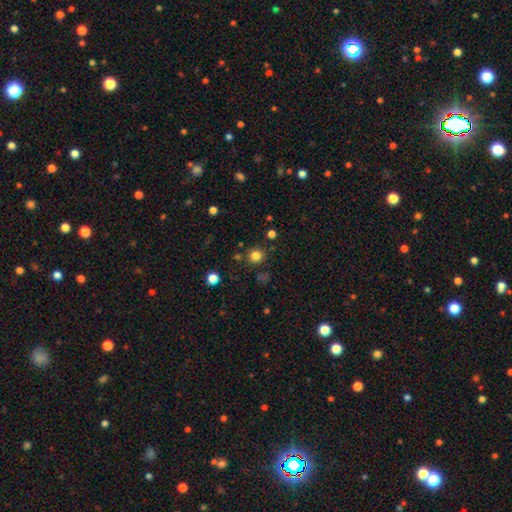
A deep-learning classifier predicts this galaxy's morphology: Smooth or featured?
  - smooth: 80% *
  - star or artifact: 15%
  - featured or disk: 5%
How rounded?
  - round: 91% *
  - in between: 8%
  - cigar-shaped: 1%
Merging?
  - none: 85% *
  - minor disturbance: 8%
  - merger: 4%
  - major disturbance: 3%